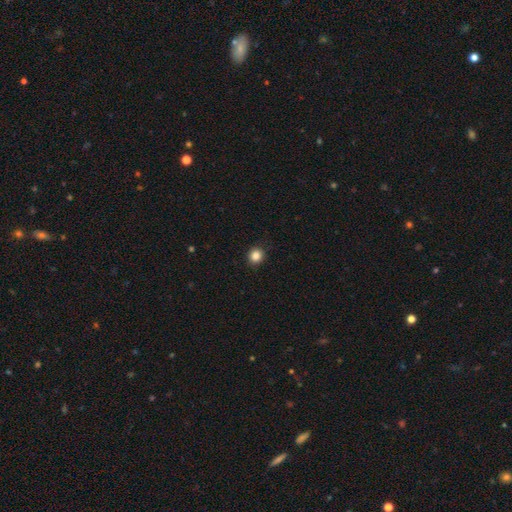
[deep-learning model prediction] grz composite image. It shows a smooth galaxy with no disk features (85%) that is round (89%). Merging: none (90%).